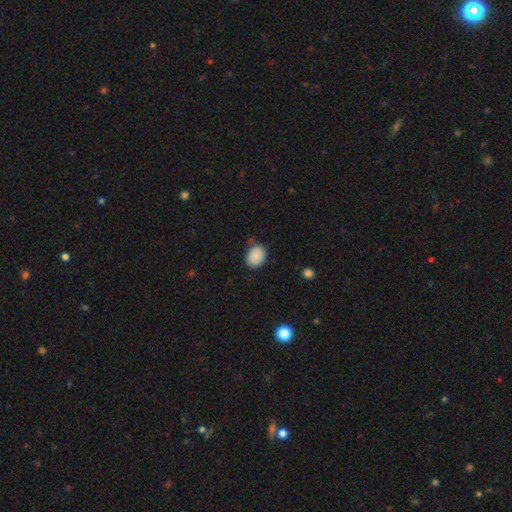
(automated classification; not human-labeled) smooth 89%, star or artifact 8%, featured or disk 3%. Down the decision tree: how rounded — in between (58%); merging — none (75%).